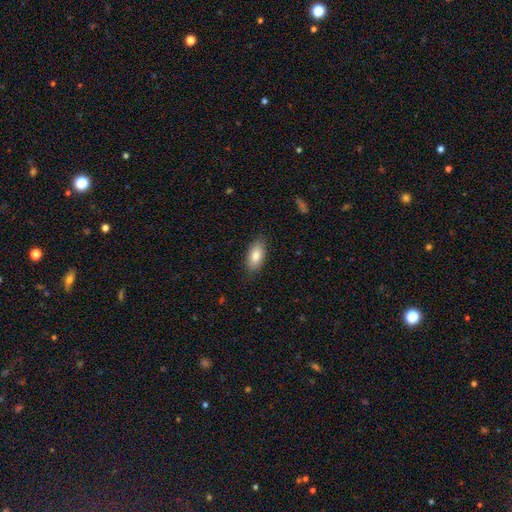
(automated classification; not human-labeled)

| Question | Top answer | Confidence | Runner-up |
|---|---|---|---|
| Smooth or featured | smooth | 82% | featured or disk (11%) |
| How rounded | in between | 90% | cigar-shaped (7%) |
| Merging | none | 85% | minor disturbance (12%) |